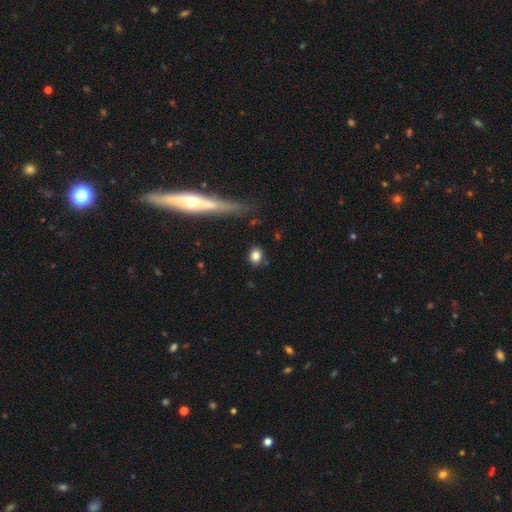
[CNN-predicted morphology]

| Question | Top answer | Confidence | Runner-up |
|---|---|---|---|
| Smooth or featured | smooth | 82% | star or artifact (10%) |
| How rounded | round | 60% | in between (38%) |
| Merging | none | 86% | minor disturbance (9%) |